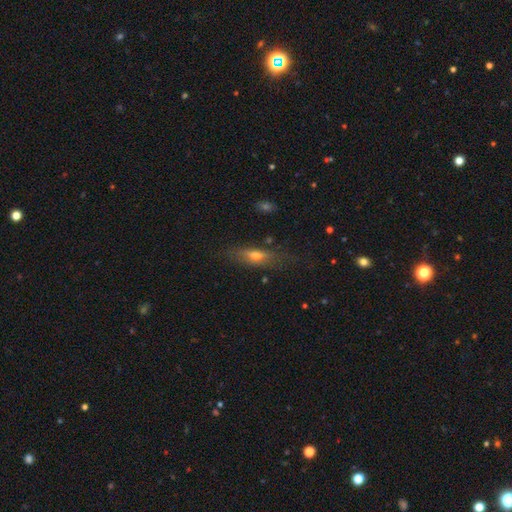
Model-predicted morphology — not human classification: Smooth or featured? Predicted: smooth (p=0.53). How rounded? Predicted: cigar-shaped (p=0.52). Merging? Predicted: none (p=0.70).